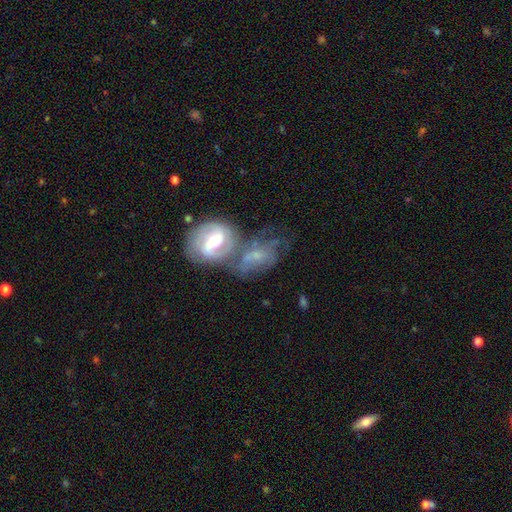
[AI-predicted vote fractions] Morphology: type=featured or disk (72%); edge-on=no (95%); bar=weak (47%); spiral arms=yes (84%); winding=medium (45%); arm count=2 (58%); bulge=moderate (57%); merging=merger (46%).